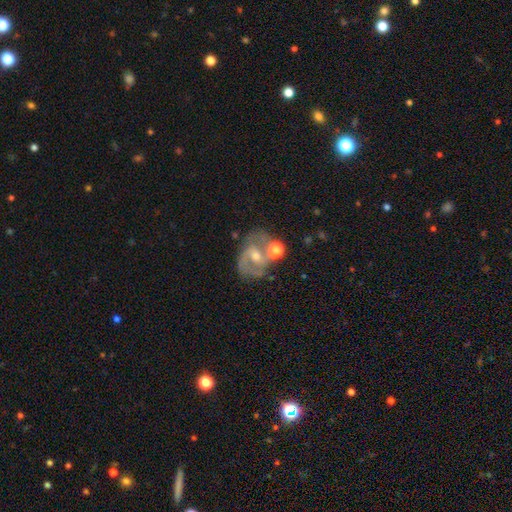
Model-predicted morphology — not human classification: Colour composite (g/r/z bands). It shows a featured or disk galaxy (74%) with a weak bar (47%), 2 (75%) medium (51%) spiral arms (83%) and a moderate central bulge (54%). Merging: none (49%).